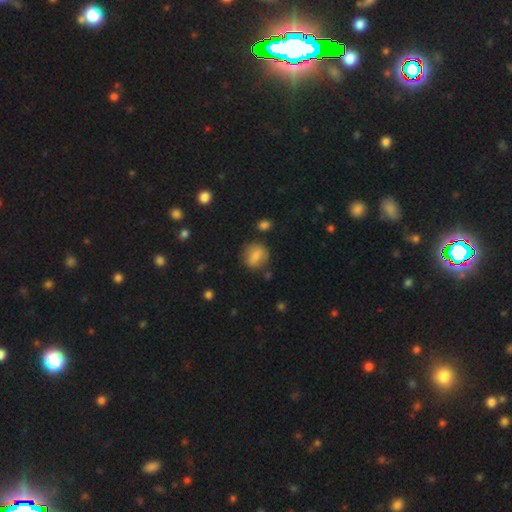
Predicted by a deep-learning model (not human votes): smooth-or-featured: smooth: 76% | featured or disk: 15% | star or artifact: 9%
  how-rounded: round: 66% | in between: 31% | cigar-shaped: 2%
  merging: none: 76% | minor disturbance: 16% | major disturbance: 5% | merger: 3%